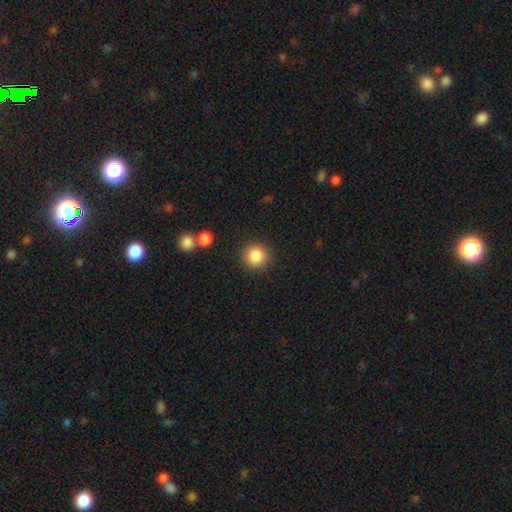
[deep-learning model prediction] This is clearly a smooth galaxy (86%). How rounded: clearly round (93%). Merging: clearly none (88%).